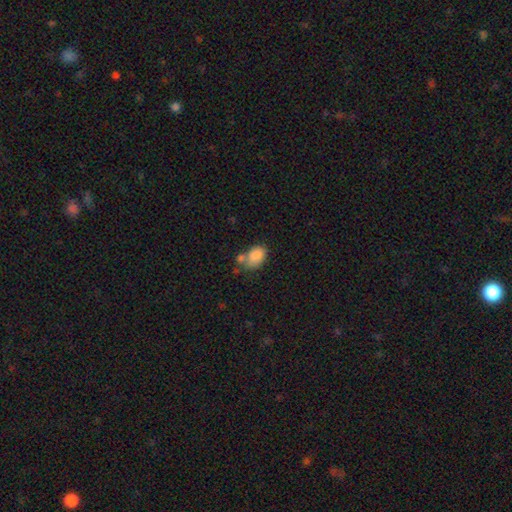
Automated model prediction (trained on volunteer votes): smooth-or-featured: smooth: 85% | star or artifact: 8% | featured or disk: 7%
  how-rounded: in between: 83% | round: 15% | cigar-shaped: 1%
  merging: none: 48% | merger: 24% | minor disturbance: 21% | major disturbance: 7%